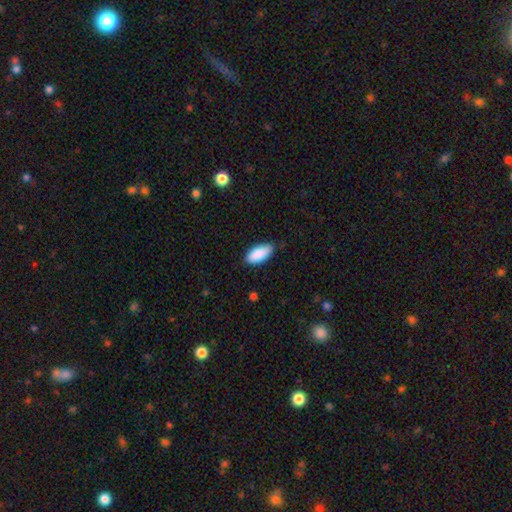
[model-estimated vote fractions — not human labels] This appears to be a smooth galaxy with no disk features (90%) that is in between round and cigar-shaped (91%). Merging: none (80%).